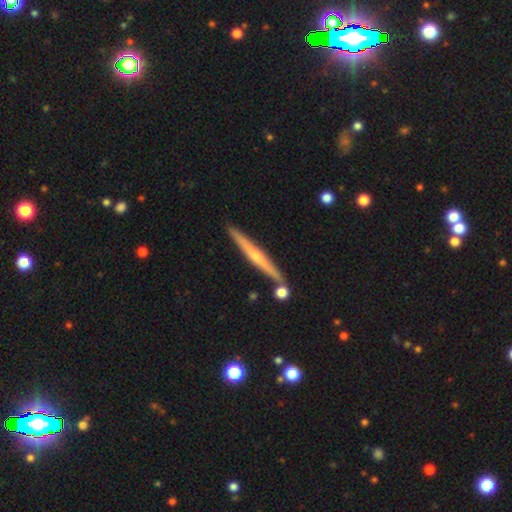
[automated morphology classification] This appears to be a featured or disk galaxy (69%) viewed edge-on (97%) with a rounded central bulge (74%). Merging: none (86%).